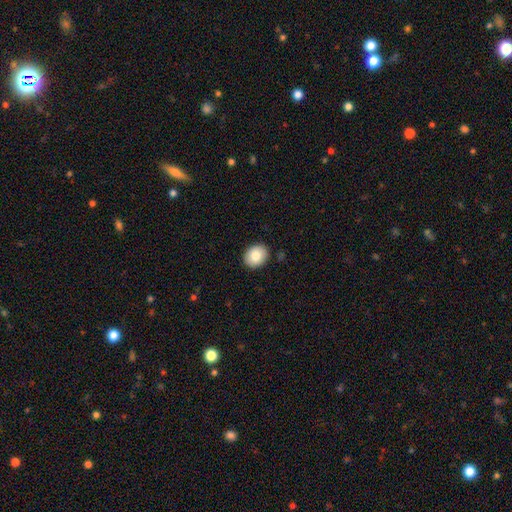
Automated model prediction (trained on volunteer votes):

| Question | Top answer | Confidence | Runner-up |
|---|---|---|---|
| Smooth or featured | smooth | 81% | featured or disk (11%) |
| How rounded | round | 54% | in between (45%) |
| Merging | none | 89% | minor disturbance (8%) |